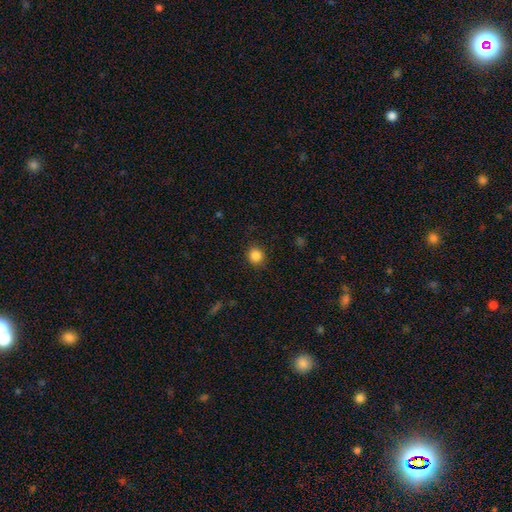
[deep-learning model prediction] smooth_or_featured: smooth (p=0.86) [alt: star or artifact p=0.11]
how_rounded: round (p=0.89) [alt: in between p=0.10]
merging: none (p=0.89) [alt: minor disturbance p=0.07]